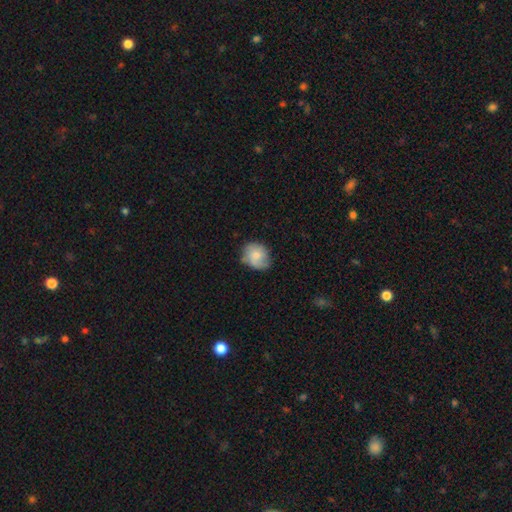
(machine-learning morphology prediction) Smooth or featured?
  - smooth: 66% *
  - featured or disk: 27%
  - star or artifact: 7%
How rounded?
  - round: 55% *
  - in between: 44%
  - cigar-shaped: 1%
Merging?
  - none: 60% *
  - minor disturbance: 30%
  - major disturbance: 8%
  - merger: 2%